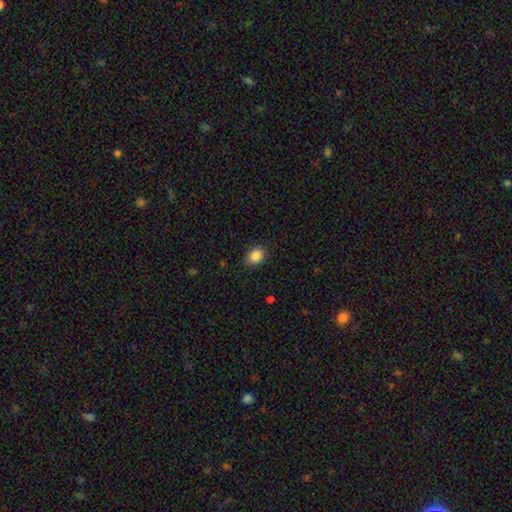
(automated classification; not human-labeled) smooth-or-featured: smooth: 87% | star or artifact: 9% | featured or disk: 4%
  how-rounded: in between: 51% | round: 48% | cigar-shaped: 1%
  merging: none: 85% | minor disturbance: 11% | major disturbance: 3% | merger: 1%